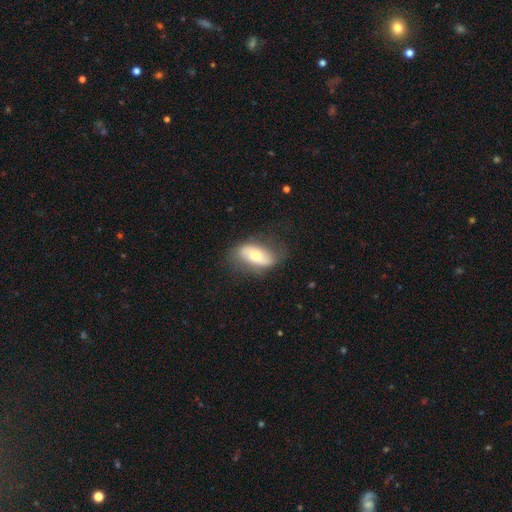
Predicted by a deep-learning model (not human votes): Q: Smooth or featured?
A: smooth (50%); runner-up: featured or disk (44%)
Q: Merging?
A: none (68%); runner-up: minor disturbance (22%)